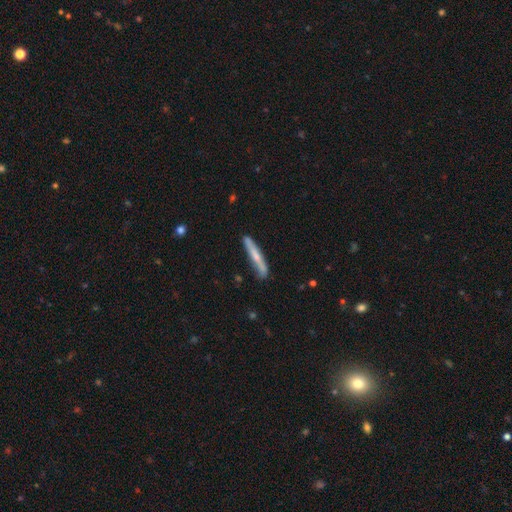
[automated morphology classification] A smooth galaxy with no disk features (49%).

Vote fractions:
- Smooth or featured? smooth: 49% / featured or disk: 45% / star or artifact: 5%
- Merging? none: 82% / minor disturbance: 14% / major disturbance: 2% / merger: 2%